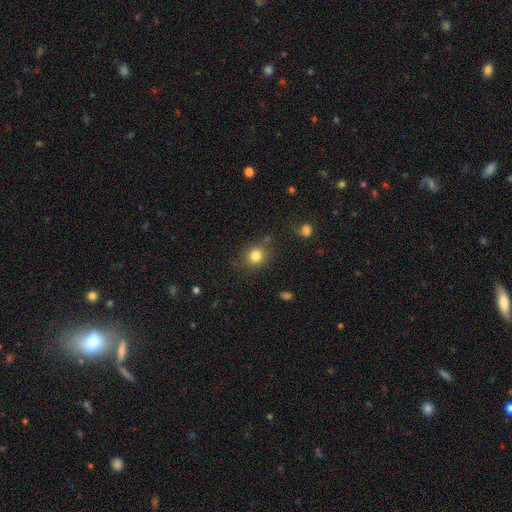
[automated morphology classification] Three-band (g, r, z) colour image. It shows a smooth galaxy with no disk features (82%) that is round (79%). Merging: none (80%).